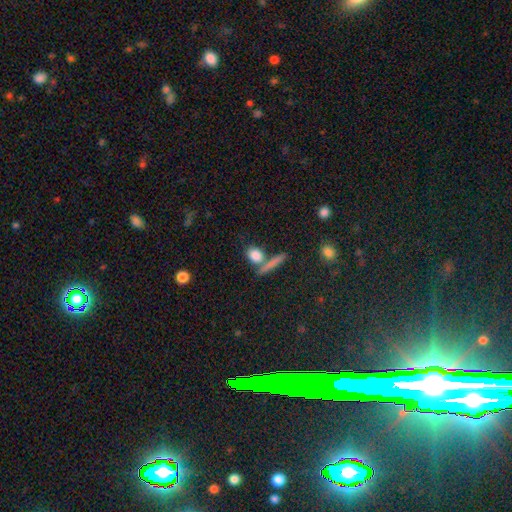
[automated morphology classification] Smooth or featured? Predicted: smooth (p=0.82). How rounded? Predicted: round (p=0.51). Merging? Predicted: none (p=0.64).